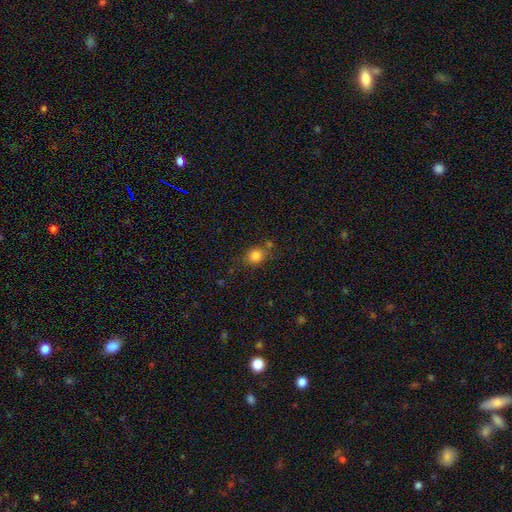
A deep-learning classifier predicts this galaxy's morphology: smooth 83%, star or artifact 11%, featured or disk 6%. Down the decision tree: how rounded — round (72%); merging — none (70%).